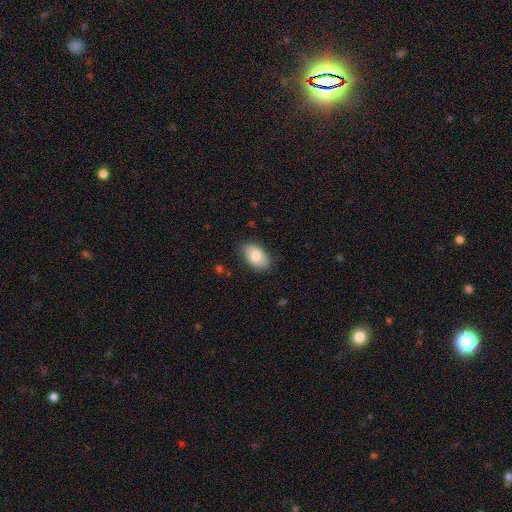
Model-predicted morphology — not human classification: A smooth galaxy with no disk features (80%) that is in between round and cigar-shaped (92%).

Vote fractions:
- Smooth or featured? smooth: 80% / featured or disk: 13% / star or artifact: 7%
- How rounded? in between: 92% / round: 7% / cigar-shaped: 1%
- Merging? none: 82% / minor disturbance: 14% / major disturbance: 3% / merger: 1%